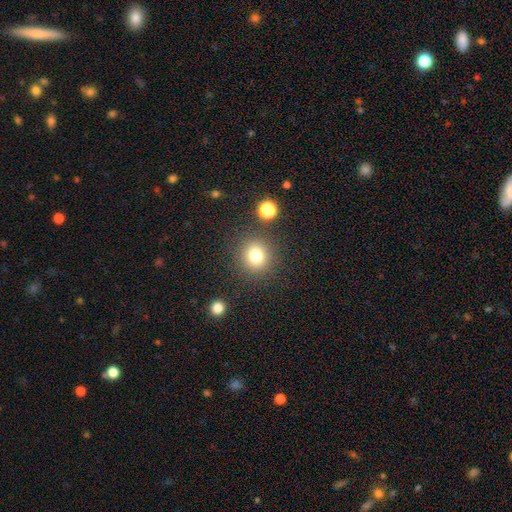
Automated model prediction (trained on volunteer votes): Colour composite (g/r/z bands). It shows a smooth galaxy with no disk features (78%) that is round (90%). Merging: none (86%).